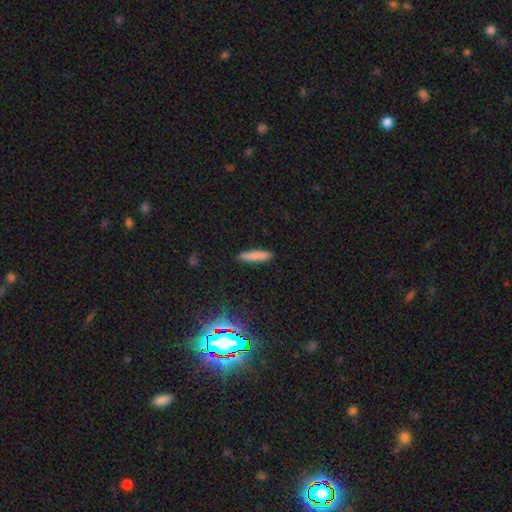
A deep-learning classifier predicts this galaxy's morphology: Smooth or featured?
  - smooth: 84% *
  - featured or disk: 8%
  - star or artifact: 8%
How rounded?
  - cigar-shaped: 87% *
  - in between: 12%
  - round: 1%
Merging?
  - none: 89% *
  - minor disturbance: 8%
  - major disturbance: 2%
  - merger: 1%